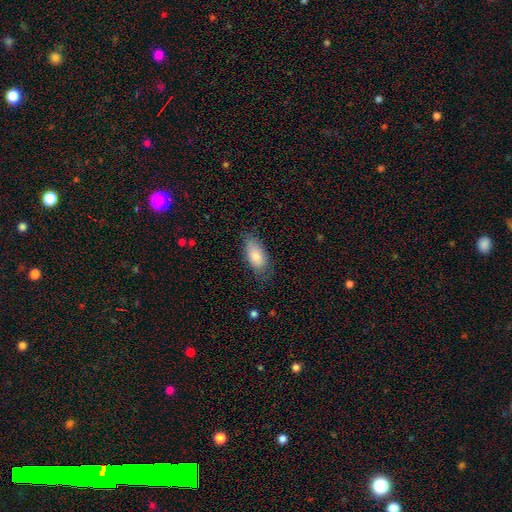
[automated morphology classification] type=smooth (83%); roundness=in between (89%); merging=none (72%).